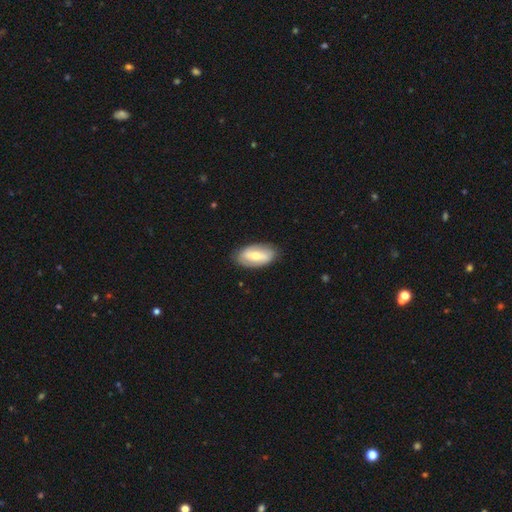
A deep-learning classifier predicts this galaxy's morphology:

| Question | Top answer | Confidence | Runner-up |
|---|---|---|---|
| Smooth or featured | smooth | 48% | featured or disk (46%) |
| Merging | none | 84% | minor disturbance (12%) |